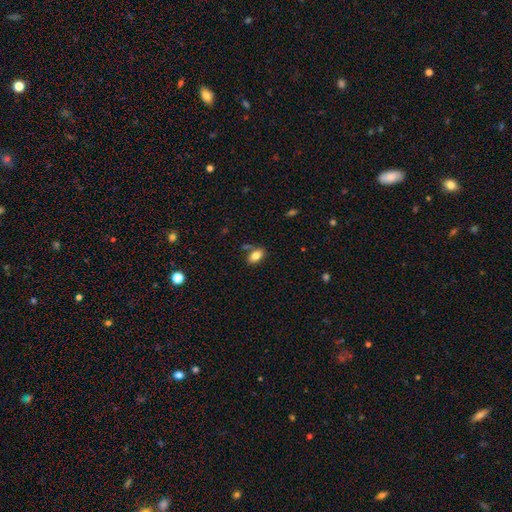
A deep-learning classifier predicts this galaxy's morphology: A smooth galaxy with no disk features (81%) that is in between round and cigar-shaped (90%). Merging: none (73%).